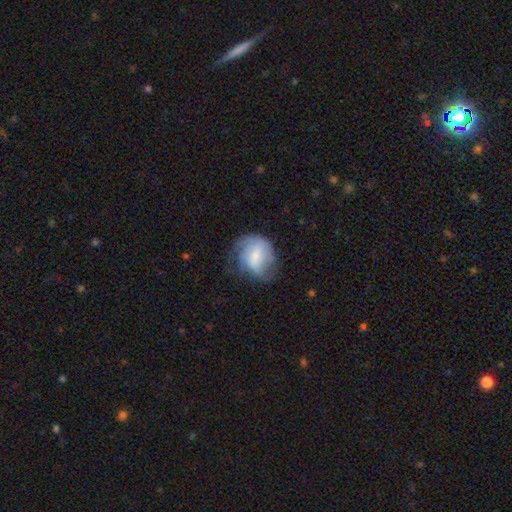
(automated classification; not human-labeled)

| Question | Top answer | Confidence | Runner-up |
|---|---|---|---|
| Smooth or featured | featured or disk | 46% | tied: smooth (46%) |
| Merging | none | 43% | minor disturbance (31%) |